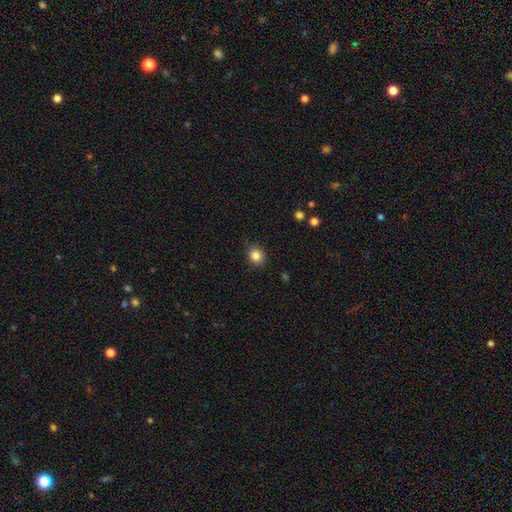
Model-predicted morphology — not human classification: Smooth or featured?
  - smooth: 85% *
  - star or artifact: 11%
  - featured or disk: 5%
How rounded?
  - round: 79% *
  - in between: 20%
  - cigar-shaped: 1%
Merging?
  - none: 86% *
  - minor disturbance: 10%
  - major disturbance: 2%
  - merger: 1%